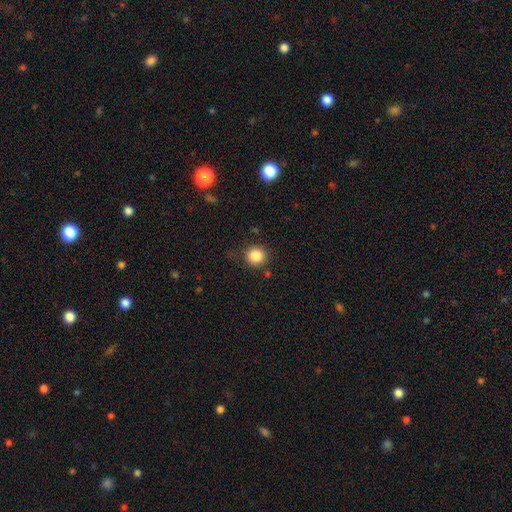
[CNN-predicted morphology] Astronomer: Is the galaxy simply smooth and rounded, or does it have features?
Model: smooth — 85%.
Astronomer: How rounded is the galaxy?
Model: round — 92%.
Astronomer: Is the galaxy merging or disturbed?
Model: none — 85%.